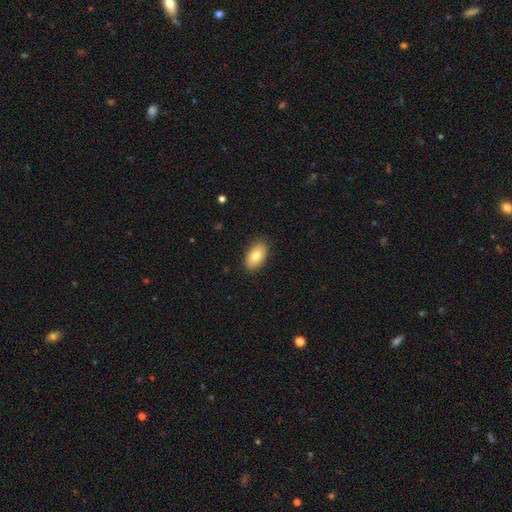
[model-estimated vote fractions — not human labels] This appears to be a smooth galaxy with no disk features (79%) that is in between round and cigar-shaped (93%). Merging: none (87%).